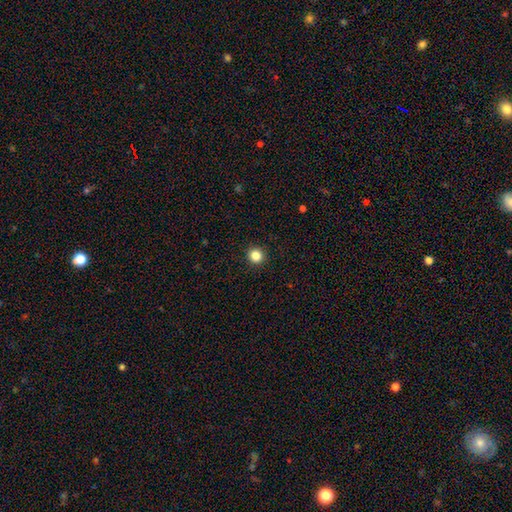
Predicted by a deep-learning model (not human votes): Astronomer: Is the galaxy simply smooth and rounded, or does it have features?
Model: smooth — 85%.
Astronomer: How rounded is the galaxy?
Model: round — 94%.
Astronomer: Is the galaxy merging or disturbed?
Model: none — 93%.